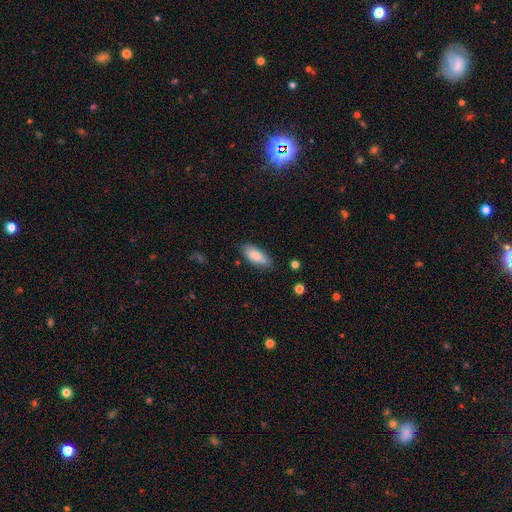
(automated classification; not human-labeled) The model was most divided on "how rounded": in between: 80%, cigar-shaped: 18%, round: 2%. More confident: smooth or featured — smooth (83%); merging — none (79%).